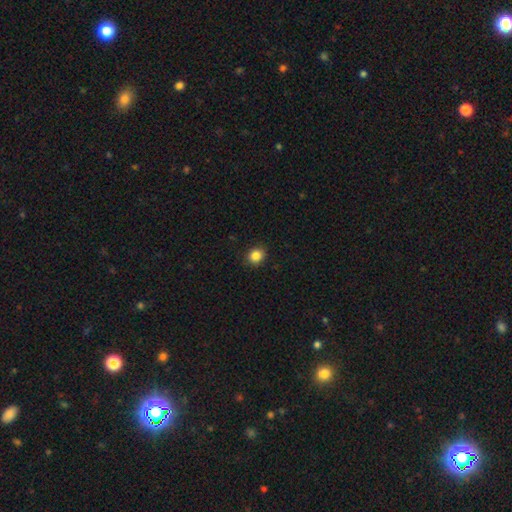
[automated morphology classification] smooth_or_featured: smooth (p=0.86) [alt: star or artifact p=0.11]
how_rounded: round (p=0.78) [alt: in between p=0.21]
merging: none (p=0.89) [alt: minor disturbance p=0.08]